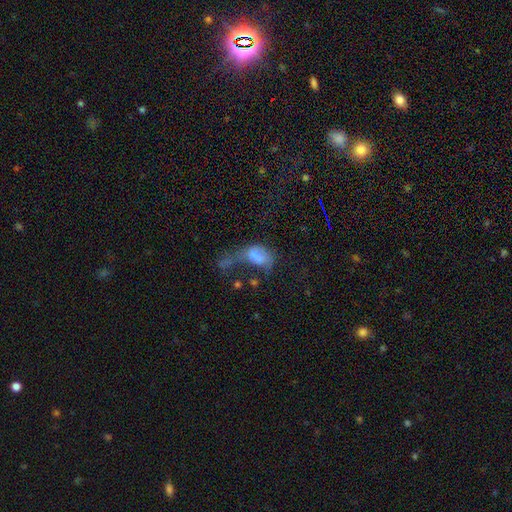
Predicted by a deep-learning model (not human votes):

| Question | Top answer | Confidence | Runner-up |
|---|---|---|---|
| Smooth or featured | smooth | 61% | featured or disk (28%) |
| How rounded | in between | 82% | round (15%) |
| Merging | major disturbance | 48% | merger (27%) |